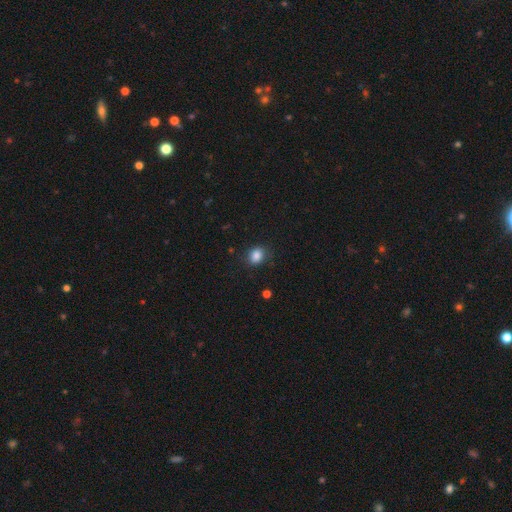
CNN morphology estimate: This is clearly a smooth galaxy (86%). How rounded: possibly in between (55%). Merging: likely none (80%).